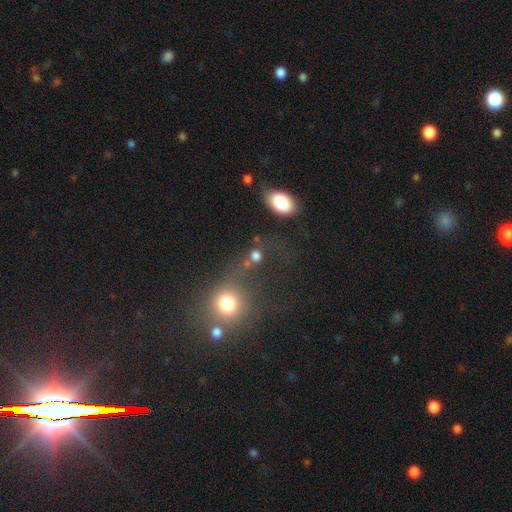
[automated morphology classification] Smooth or featured? Predicted: smooth (p=0.76). How rounded? Predicted: round (p=0.69). Merging? Predicted: none (p=0.53).